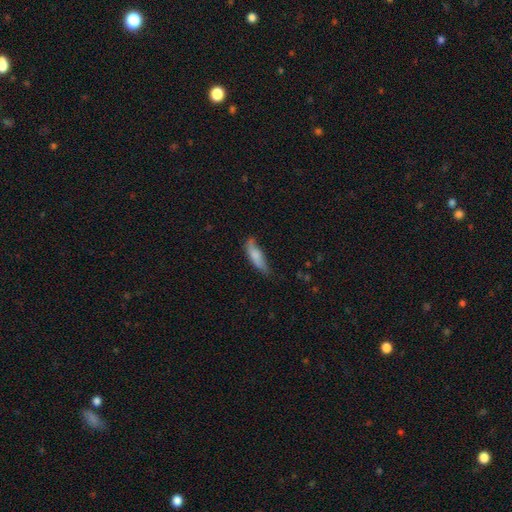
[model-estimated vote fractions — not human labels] Smooth or featured?
  - smooth: 75% *
  - featured or disk: 18%
  - star or artifact: 7%
How rounded?
  - cigar-shaped: 50% *
  - in between: 48%
  - round: 2%
Merging?
  - none: 51% *
  - minor disturbance: 36%
  - major disturbance: 10%
  - merger: 3%